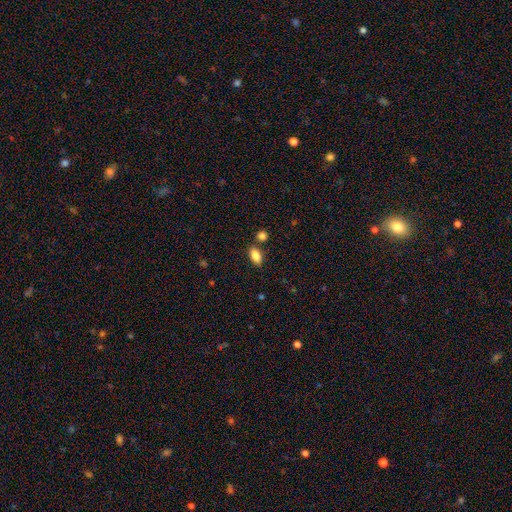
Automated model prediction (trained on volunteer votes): Morphology: type=smooth (85%); roundness=in between (90%); merging=none (76%).